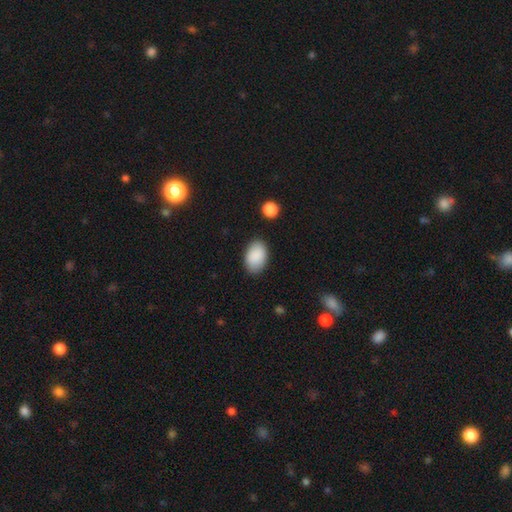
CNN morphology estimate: Smooth or featured?
  - smooth: 90% *
  - star or artifact: 6%
  - featured or disk: 4%
How rounded?
  - in between: 91% *
  - round: 8%
  - cigar-shaped: 1%
Merging?
  - none: 85% *
  - minor disturbance: 10%
  - major disturbance: 3%
  - merger: 2%